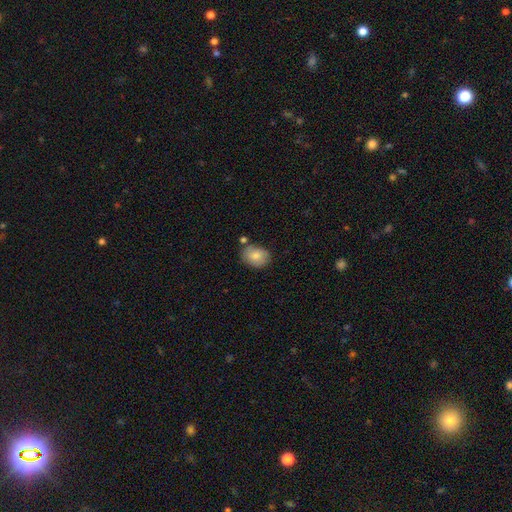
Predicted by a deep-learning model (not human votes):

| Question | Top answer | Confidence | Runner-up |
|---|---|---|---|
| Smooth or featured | smooth | 79% | featured or disk (13%) |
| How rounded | in between | 65% | round (34%) |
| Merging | none | 71% | minor disturbance (17%) |